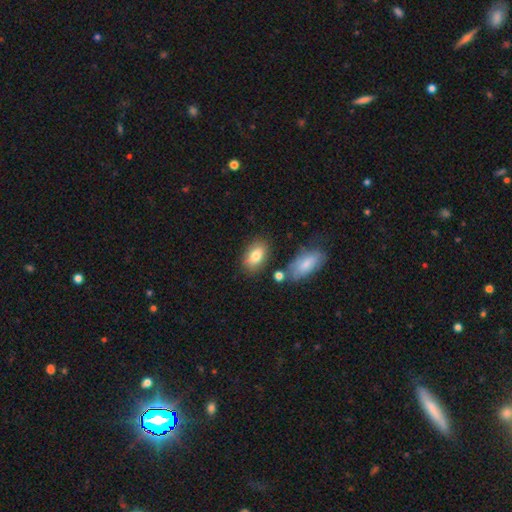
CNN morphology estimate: smooth-or-featured: smooth: 78% | featured or disk: 14% | star or artifact: 7%
  how-rounded: in between: 89% | round: 8% | cigar-shaped: 3%
  merging: none: 73% | minor disturbance: 15% | merger: 8% | major disturbance: 4%